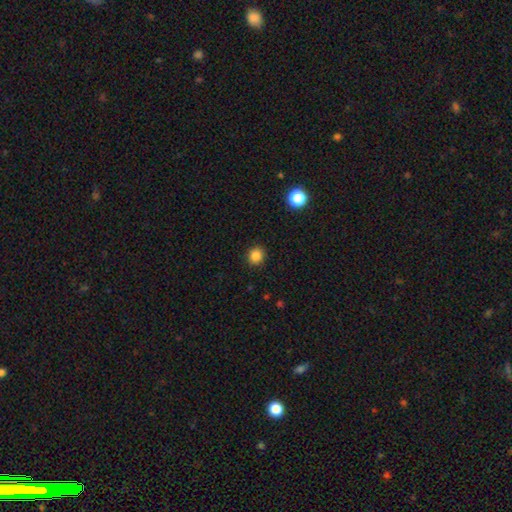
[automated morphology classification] A smooth galaxy with no disk features (85%) that is round (85%). Merging: none (90%).